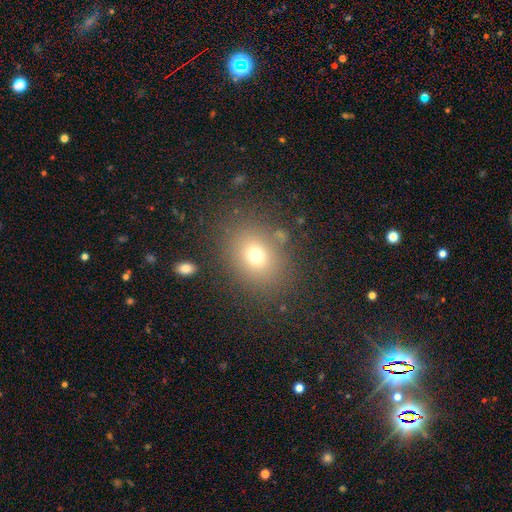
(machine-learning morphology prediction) A smooth galaxy with no disk features (70%) that is round (52%). Merging: none (81%).